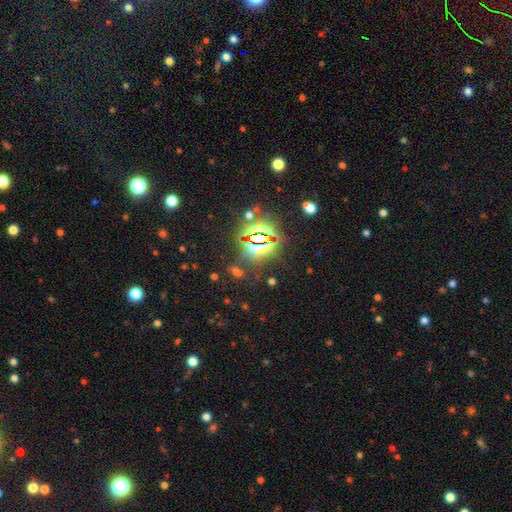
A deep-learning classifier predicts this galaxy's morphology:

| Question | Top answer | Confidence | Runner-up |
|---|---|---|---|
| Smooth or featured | star or artifact | 83% | smooth (10%) |